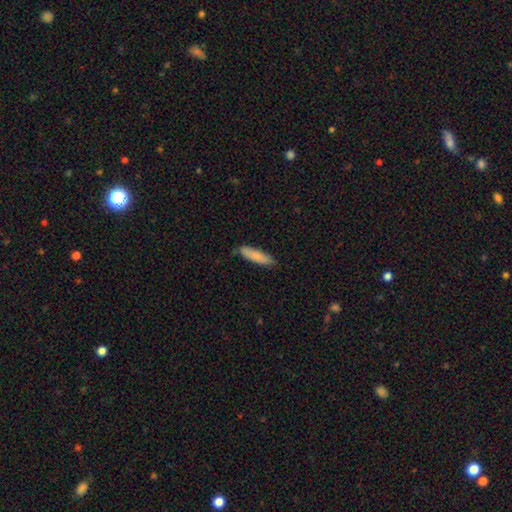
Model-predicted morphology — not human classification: A smooth galaxy with no disk features (84%) that is cigar-shaped (72%). Merging: none (83%).